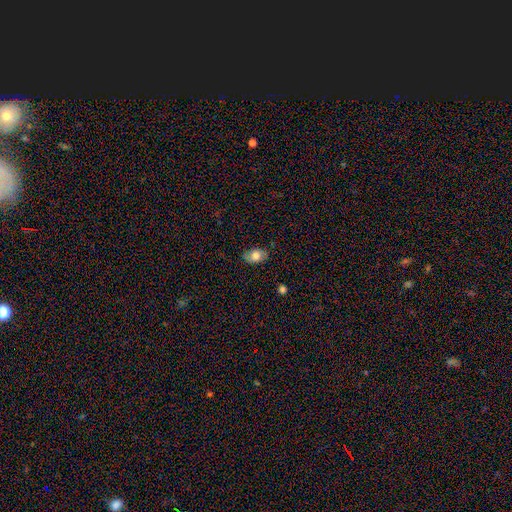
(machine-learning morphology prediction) This is likely a smooth galaxy (71%). How rounded: clearly in between (87%). Merging: clearly none (81%).